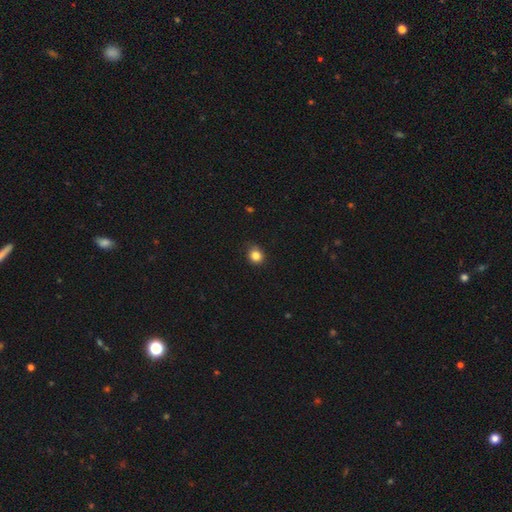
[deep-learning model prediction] Smooth or featured: smooth — 84% (star or artifact — 12%)
How rounded: round — 81% (in between — 19%)
Merging: none — 81% (minor disturbance — 15%)